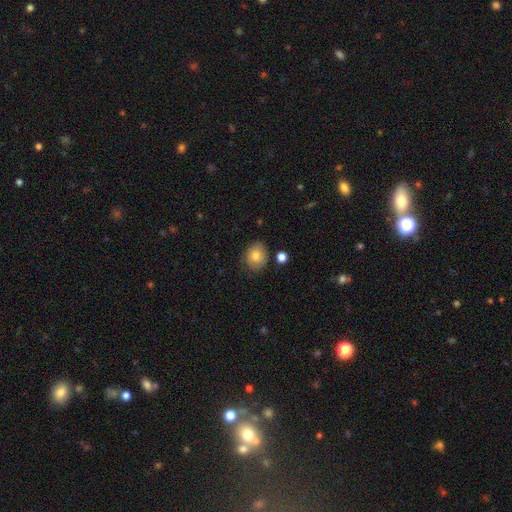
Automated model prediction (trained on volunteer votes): Overall: smooth (80%). How rounded: round (58%; in between 41%). Merging: none (77%).